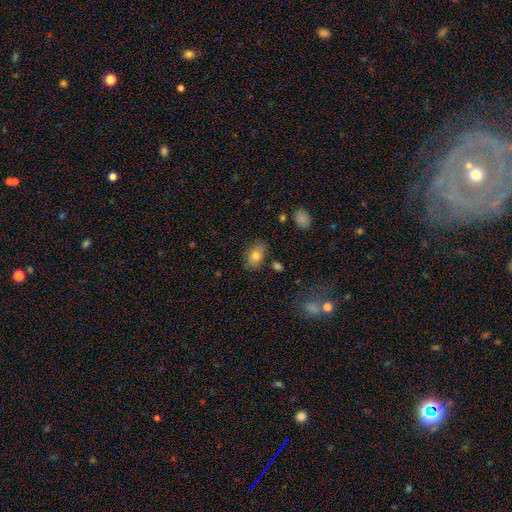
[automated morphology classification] This is likely a smooth galaxy (79%). How rounded: clearly in between (82%). Merging: likely none (78%).